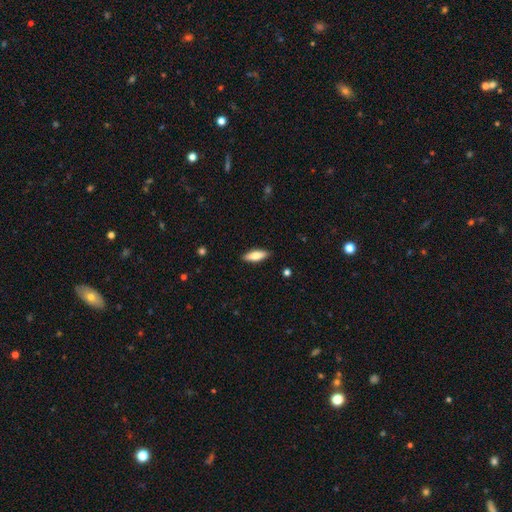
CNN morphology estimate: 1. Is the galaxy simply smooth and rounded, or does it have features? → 74% smooth, 20% featured or disk, 6% star or artifact.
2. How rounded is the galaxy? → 60% in between, 38% cigar-shaped, 2% round.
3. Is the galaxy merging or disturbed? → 89% none, 8% minor disturbance, 2% major disturbance, 1% merger.